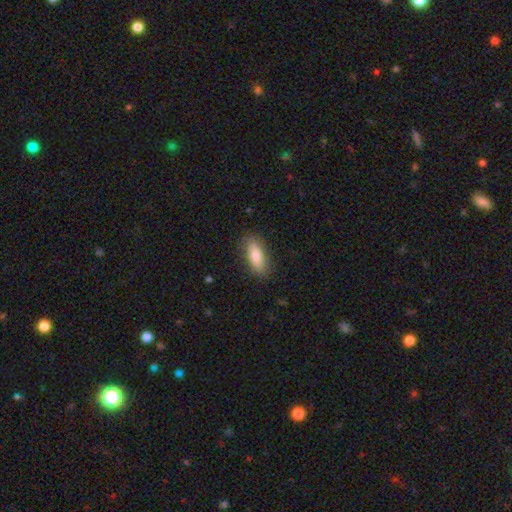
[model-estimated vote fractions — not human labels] smooth_or_featured: smooth (p=0.78) [alt: featured or disk p=0.15]
how_rounded: in between (p=0.69) [alt: cigar-shaped p=0.28]
merging: none (p=0.86) [alt: minor disturbance p=0.11]